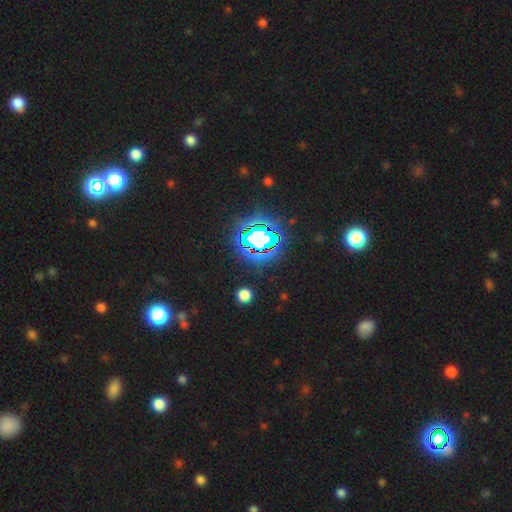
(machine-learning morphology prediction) Smooth or featured? star or artifact (82%)